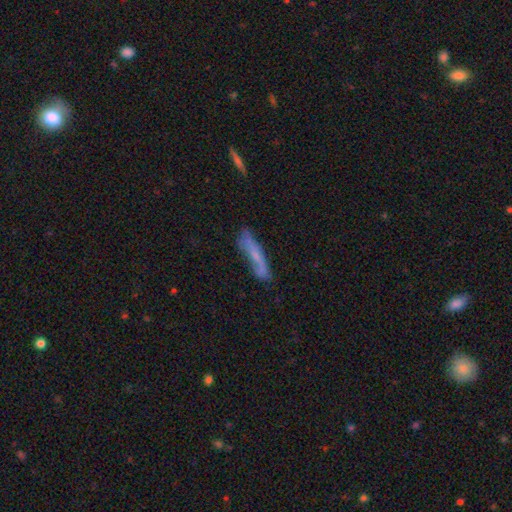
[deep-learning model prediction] smooth-or-featured: smooth: 48% | featured or disk: 44% | star or artifact: 8%
  merging: none: 60% | minor disturbance: 25% | major disturbance: 10% | merger: 5%